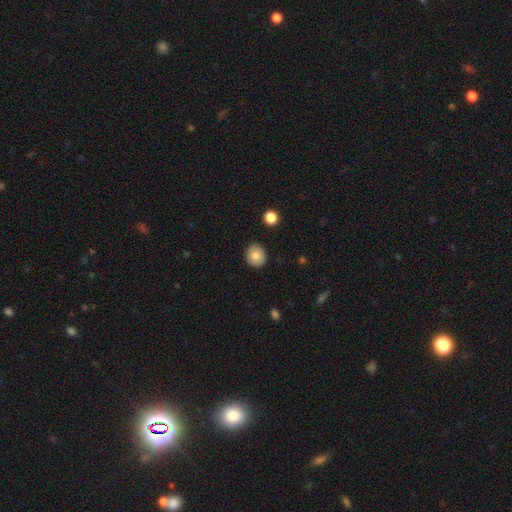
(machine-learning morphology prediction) Smooth or featured: smooth — 80% (featured or disk — 12%)
How rounded: round — 73% (in between — 26%)
Merging: none — 89% (minor disturbance — 8%)